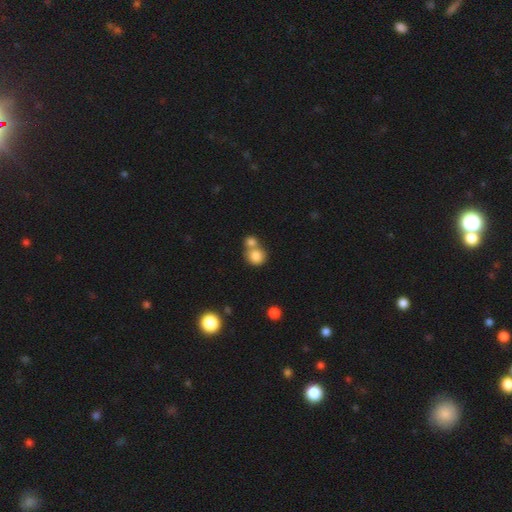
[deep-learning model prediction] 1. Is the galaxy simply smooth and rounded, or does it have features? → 82% smooth, 10% star or artifact, 8% featured or disk.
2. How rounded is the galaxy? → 82% round, 17% in between, 1% cigar-shaped.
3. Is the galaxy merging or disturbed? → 51% merger, 40% none, 7% minor disturbance, 3% major disturbance.